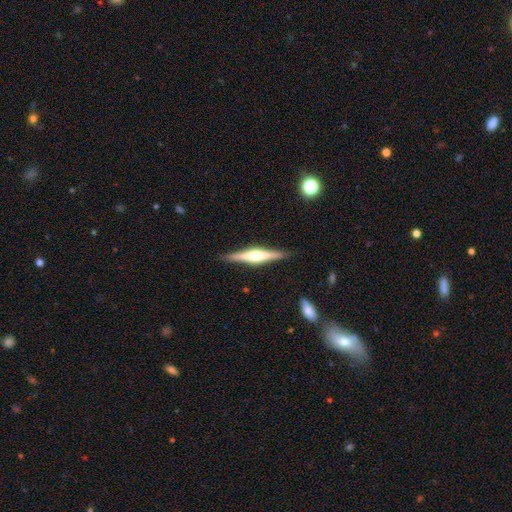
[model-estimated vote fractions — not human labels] A featured or disk galaxy (75%) viewed edge-on (98%) with a rounded central bulge (84%).

Vote fractions:
- Smooth or featured? featured or disk: 75% / smooth: 20% / star or artifact: 5%
- Edge-on disk? yes: 98% / no: 2%
- Edge-on bulge? rounded: 84% / boxy: 12% / none: 4%
- Merging? none: 90% / minor disturbance: 8% / major disturbance: 2% / merger: 1%